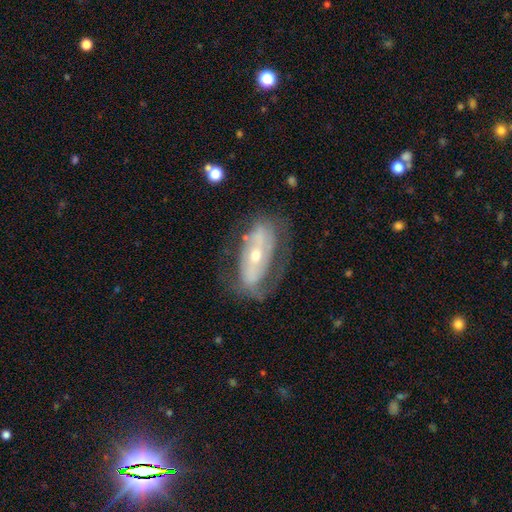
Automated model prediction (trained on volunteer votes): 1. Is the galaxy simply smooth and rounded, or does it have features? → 71% featured or disk, 21% smooth, 7% star or artifact.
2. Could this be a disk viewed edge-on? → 88% no, 12% yes.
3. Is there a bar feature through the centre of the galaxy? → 43% no, 32% strong, 25% weak.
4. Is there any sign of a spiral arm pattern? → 61% yes, 39% no.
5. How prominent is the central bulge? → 53% small, 43% moderate, 2% large, 1% dominant, 1% none.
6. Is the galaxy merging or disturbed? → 58% none, 21% minor disturbance, 19% major disturbance, 2% merger.